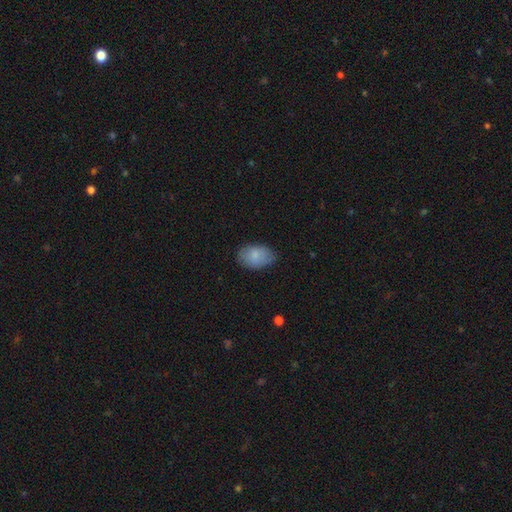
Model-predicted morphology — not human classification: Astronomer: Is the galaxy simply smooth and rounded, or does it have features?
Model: smooth — 84%.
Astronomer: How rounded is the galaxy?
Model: in between — 87%.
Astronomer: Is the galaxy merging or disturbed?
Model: none — 78%.